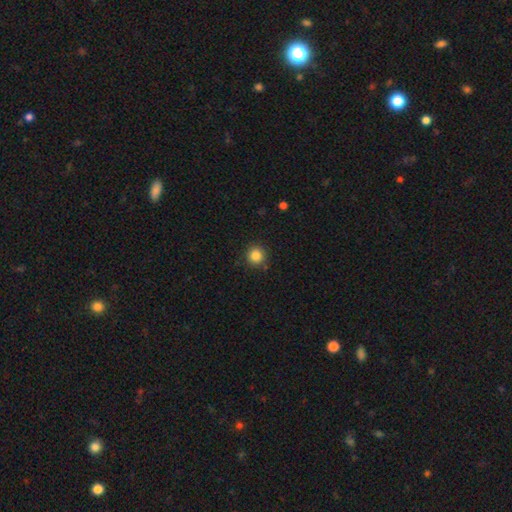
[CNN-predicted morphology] Smooth or featured? smooth (85%)
How rounded? round (94%)
Merging? none (88%)